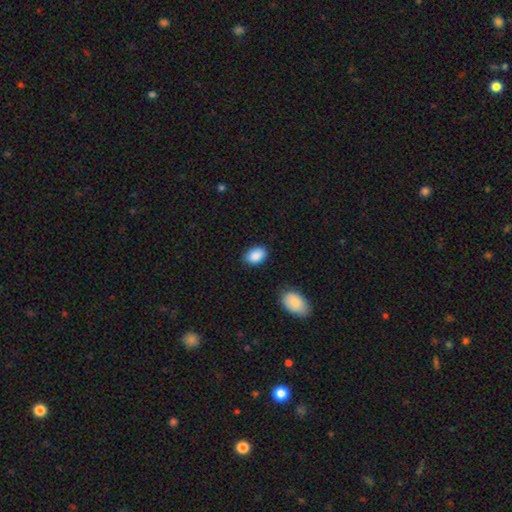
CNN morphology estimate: Smooth or featured? Predicted: smooth (p=0.89). How rounded? Predicted: in between (p=0.87). Merging? Predicted: none (p=0.81).